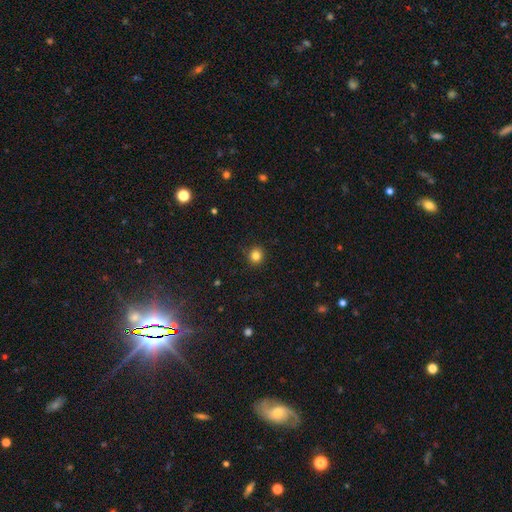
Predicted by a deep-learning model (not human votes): Overall: smooth (83%). How rounded: round (90%). Merging: none (89%).